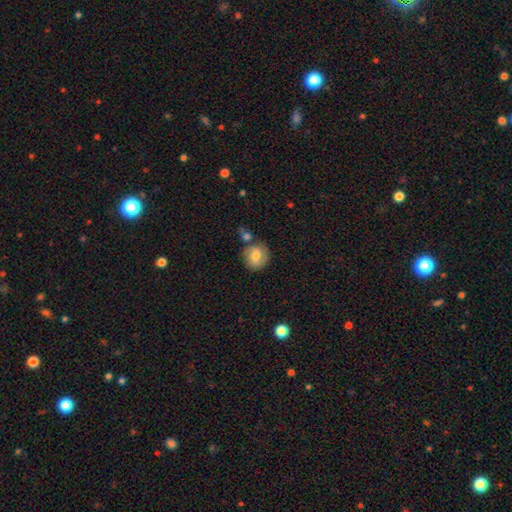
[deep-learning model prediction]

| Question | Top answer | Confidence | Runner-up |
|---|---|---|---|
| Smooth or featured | smooth | 69% | featured or disk (23%) |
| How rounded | round | 76% | in between (22%) |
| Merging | none | 62% | merger (17%) |